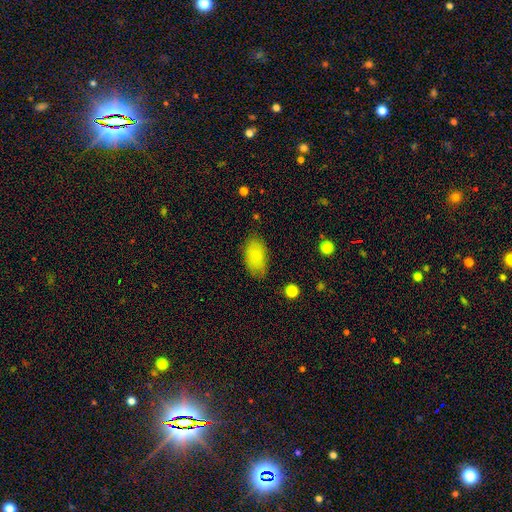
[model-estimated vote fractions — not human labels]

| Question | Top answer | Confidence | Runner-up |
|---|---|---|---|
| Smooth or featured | smooth | 85% | featured or disk (8%) |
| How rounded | in between | 94% | round (4%) |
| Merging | none | 77% | minor disturbance (17%) |